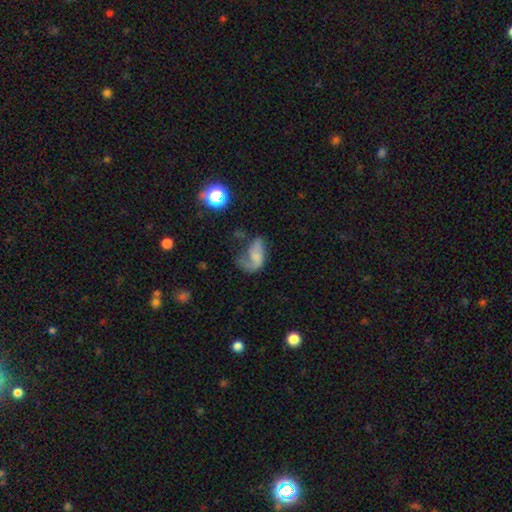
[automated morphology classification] A featured or disk galaxy (49%).

Vote fractions:
- Smooth or featured? featured or disk: 49% / smooth: 40% / star or artifact: 11%
- Merging? major disturbance: 48% / none: 25% / minor disturbance: 21% / merger: 6%